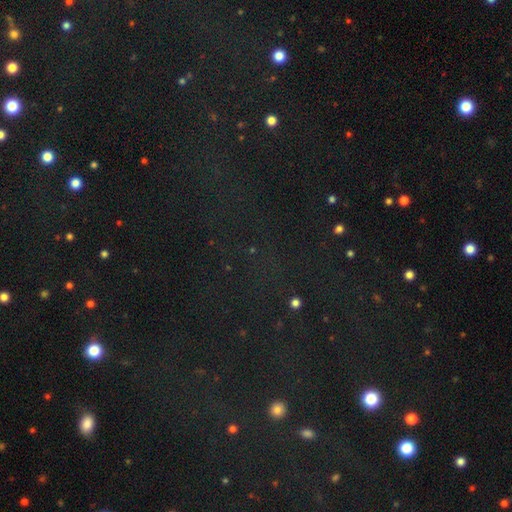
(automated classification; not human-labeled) Smooth or featured: star or artifact — 74% (smooth — 17%)